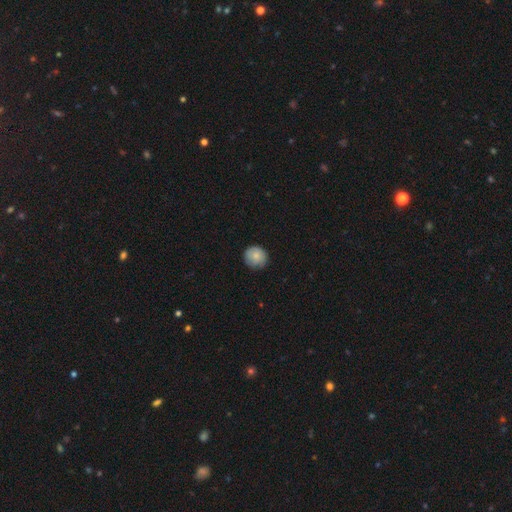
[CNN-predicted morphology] A smooth galaxy with no disk features (81%) that is round (90%). Merging: none (82%).